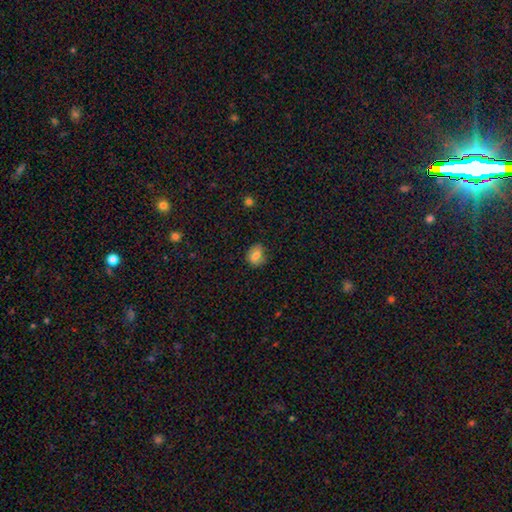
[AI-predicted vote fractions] This appears to be a smooth galaxy with no disk features (72%) that is round (55%). Merging: none (75%).